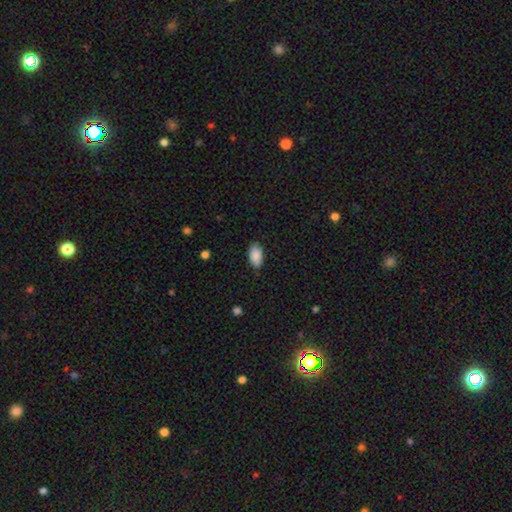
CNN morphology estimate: Smooth or featured?
  - smooth: 88% *
  - star or artifact: 7%
  - featured or disk: 5%
How rounded?
  - in between: 94% *
  - round: 3%
  - cigar-shaped: 3%
Merging?
  - none: 82% *
  - minor disturbance: 15%
  - major disturbance: 3%
  - merger: 1%